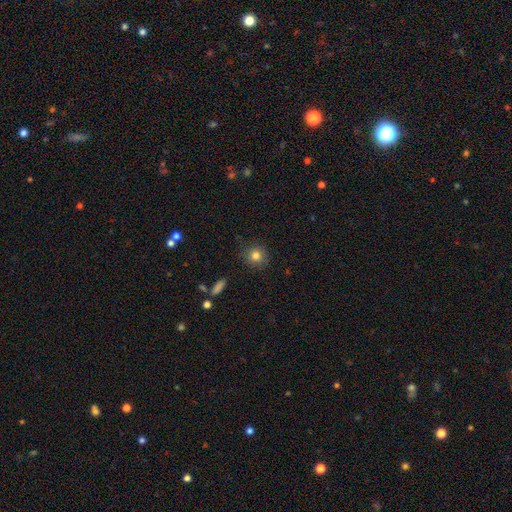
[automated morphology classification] A smooth galaxy with no disk features (81%) that is round (91%).

Vote fractions:
- Smooth or featured? smooth: 81% / star or artifact: 11% / featured or disk: 8%
- How rounded? round: 91% / in between: 8% / cigar-shaped: 1%
- Merging? none: 87% / minor disturbance: 9% / major disturbance: 2% / merger: 1%